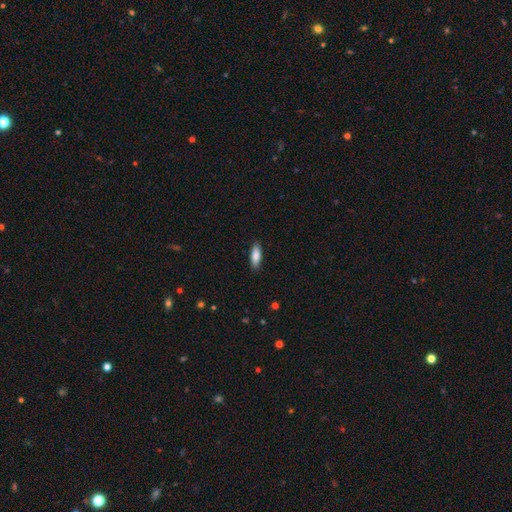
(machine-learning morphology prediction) Overall: smooth (86%). How rounded: in between (58%; cigar-shaped 40%). Merging: none (88%).